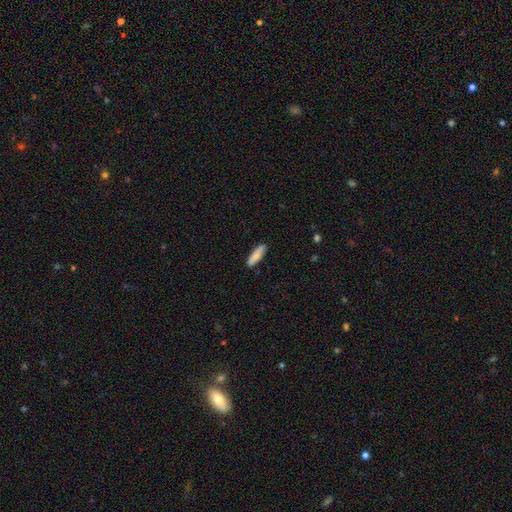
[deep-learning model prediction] Q: Smooth or featured?
A: smooth (86%); runner-up: featured or disk (9%)
Q: How rounded?
A: cigar-shaped (64%); runner-up: in between (35%)
Q: Merging?
A: none (88%); runner-up: minor disturbance (9%)